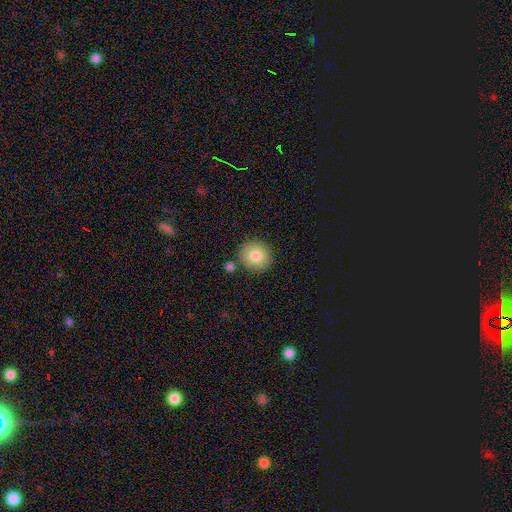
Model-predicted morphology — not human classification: The model was most divided on "merging": none: 82%, minor disturbance: 9%, merger: 6%, major disturbance: 2%. More confident: how rounded — round (88%); smooth or featured — smooth (83%).